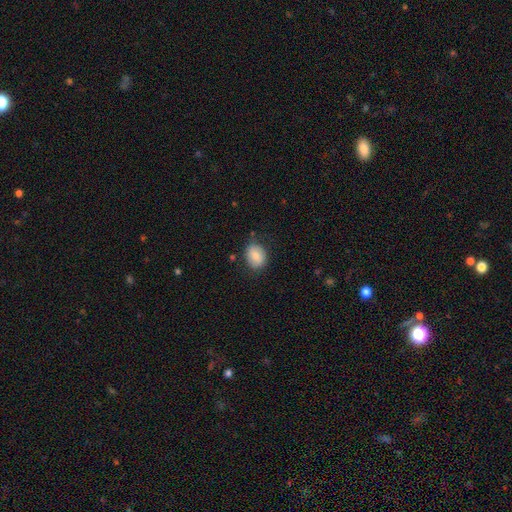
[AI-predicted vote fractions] Smooth or featured? Predicted: smooth (p=0.78). How rounded? Predicted: in between (p=0.58). Merging? Predicted: none (p=0.75).